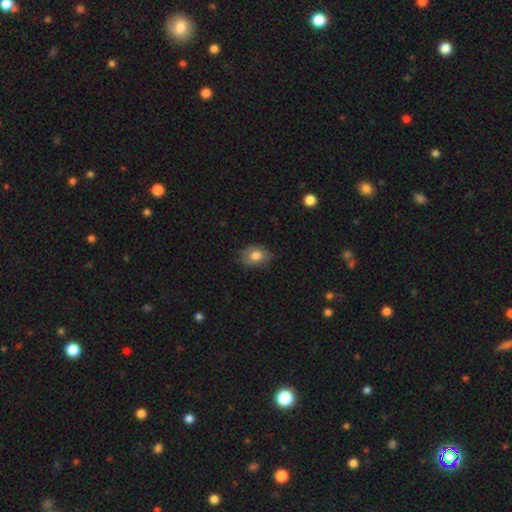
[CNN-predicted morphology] This appears to be a smooth galaxy with no disk features (77%) that is in between round and cigar-shaped (69%). Merging: none (71%).